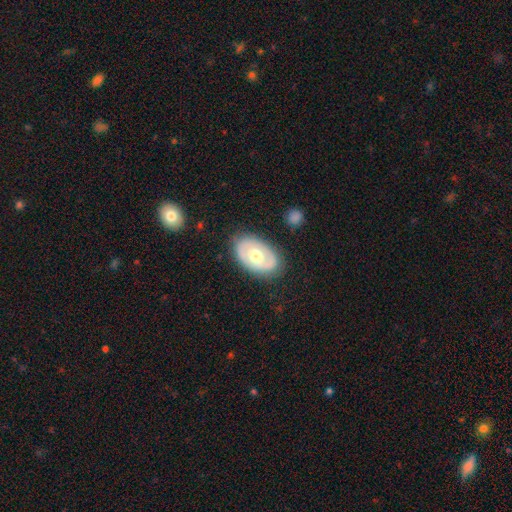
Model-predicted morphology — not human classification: Smooth or featured: featured or disk — 54% (smooth — 41%)
Edge-on disk: no — 91% (yes — 9%)
Merging: none — 82% (minor disturbance — 13%)